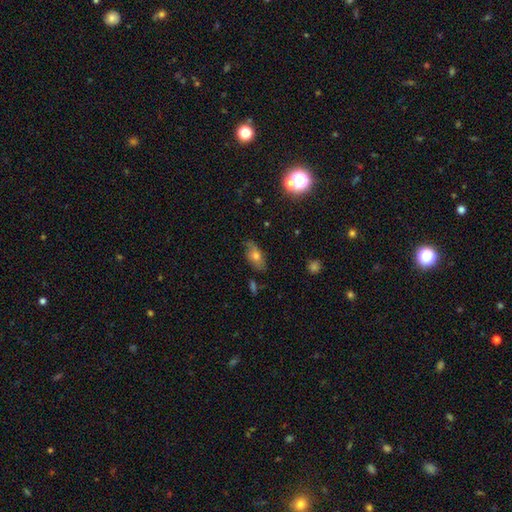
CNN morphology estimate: Smooth or featured?
  - smooth: 62% *
  - featured or disk: 26%
  - star or artifact: 12%
How rounded?
  - in between: 85% *
  - cigar-shaped: 9%
  - round: 6%
Merging?
  - none: 70% *
  - minor disturbance: 23%
  - major disturbance: 5%
  - merger: 2%